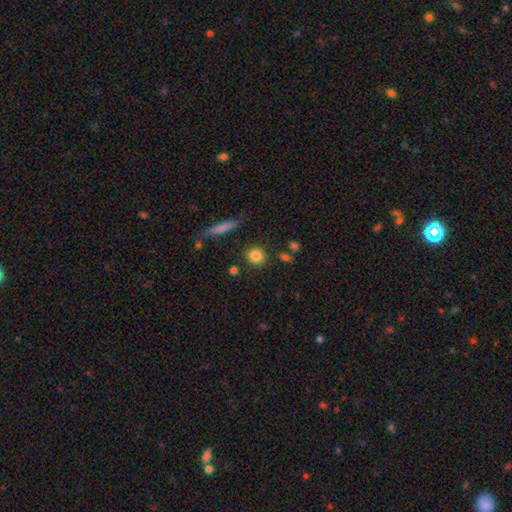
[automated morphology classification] This is clearly a smooth galaxy (84%). How rounded: likely round (76%). Merging: clearly none (85%).